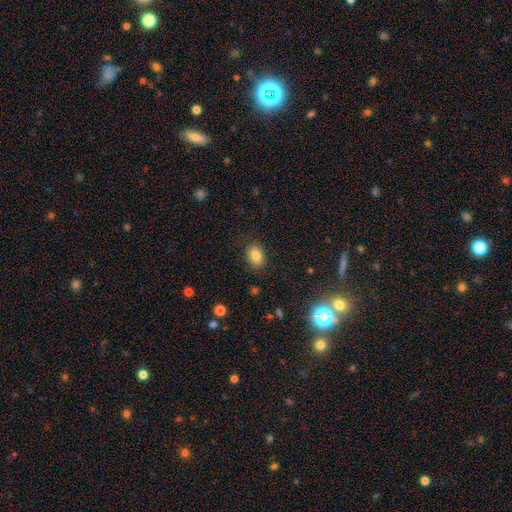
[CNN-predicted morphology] type=smooth (82%); roundness=in between (78%); merging=none (85%).